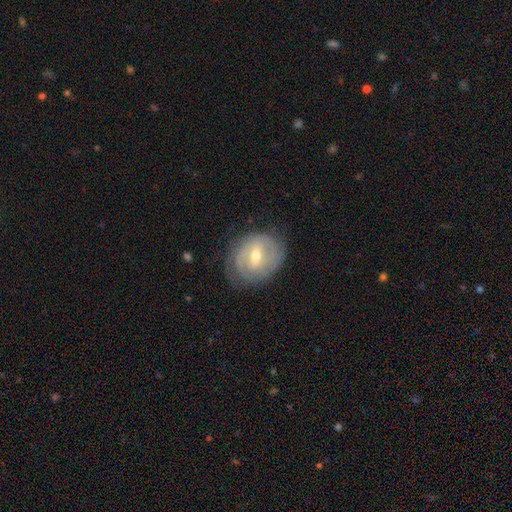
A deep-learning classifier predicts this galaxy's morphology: Smooth or featured? featured or disk (80%)
Edge-on disk? no (96%)
Bar? weak (53%)
Spiral arms? yes (88%)
Spiral winding? tight (64%)
Spiral arm count? 2 (51%)
Bulge size? moderate (63%)
Merging? none (74%)